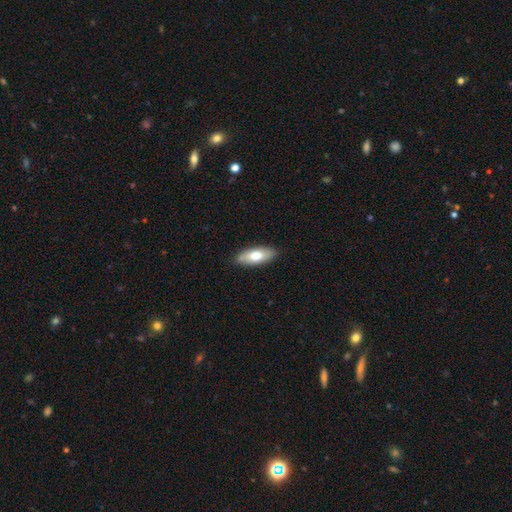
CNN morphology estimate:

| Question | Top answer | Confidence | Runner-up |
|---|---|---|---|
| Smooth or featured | smooth | 72% | featured or disk (22%) |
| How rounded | in between | 76% | cigar-shaped (22%) |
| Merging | none | 86% | minor disturbance (11%) |